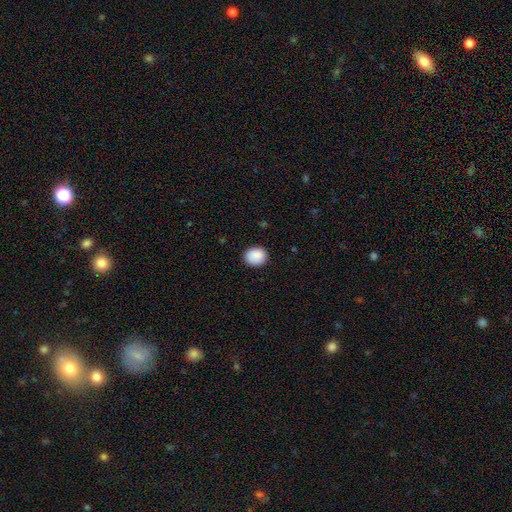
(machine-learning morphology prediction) smooth 89%, star or artifact 8%, featured or disk 3%. Down the decision tree: how rounded — round (63%); merging — none (87%).